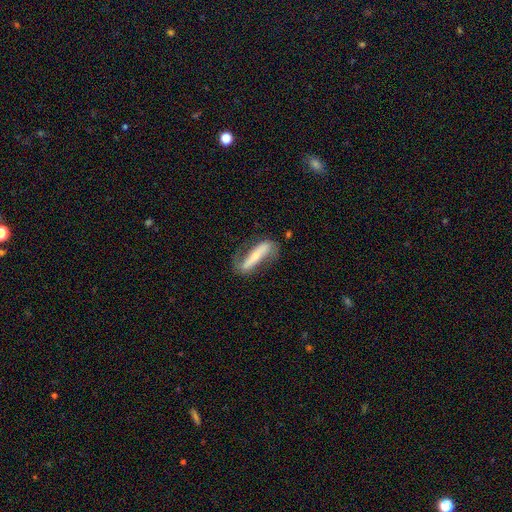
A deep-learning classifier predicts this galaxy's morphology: Smooth or featured? Predicted: featured or disk (p=0.66). Edge-on disk? Predicted: no (p=0.61). Merging? Predicted: none (p=0.64).